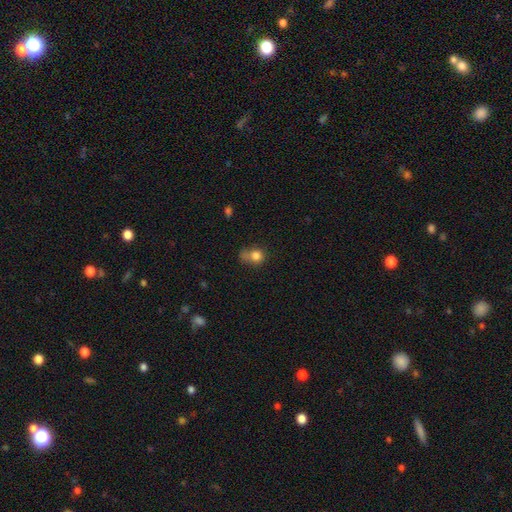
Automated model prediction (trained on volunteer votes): Smooth or featured: smooth — 79% (star or artifact — 11%)
How rounded: round — 69% (in between — 30%)
Merging: none — 37% (minor disturbance — 27%)